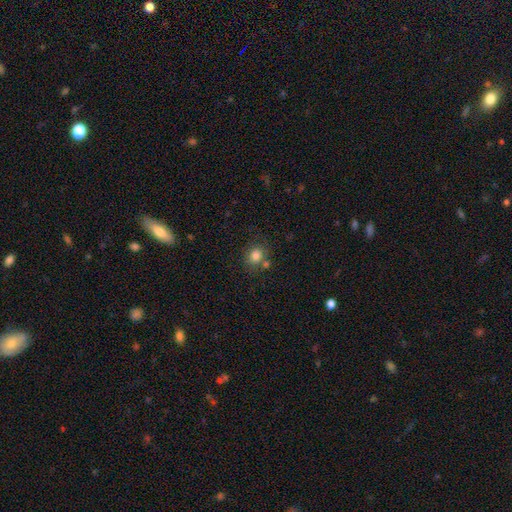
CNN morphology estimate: Smooth or featured? smooth (81%)
How rounded? round (71%)
Merging? none (67%)